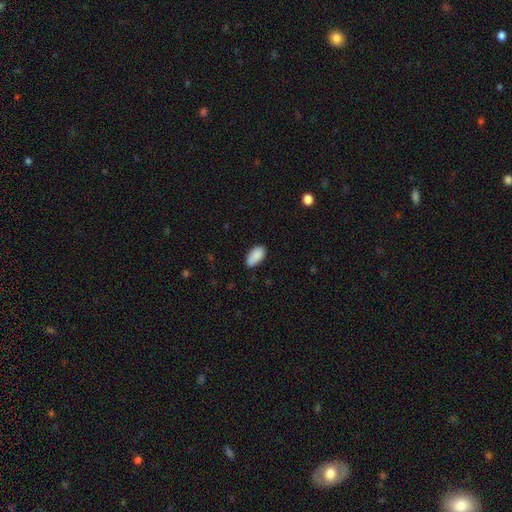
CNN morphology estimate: smooth-or-featured: smooth: 89% | star or artifact: 7% | featured or disk: 4%
  how-rounded: in between: 93% | cigar-shaped: 4% | round: 2%
  merging: none: 79% | minor disturbance: 16% | major disturbance: 3% | merger: 1%